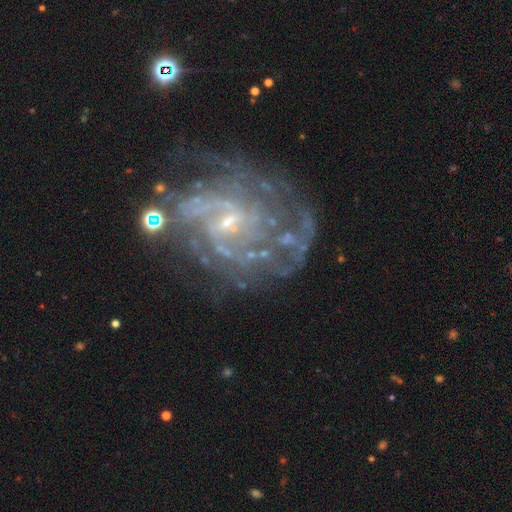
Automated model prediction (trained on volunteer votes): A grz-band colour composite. It shows a featured or disk galaxy (85%) with no bar (47%), tight (59%) spiral arms (94%) and a small central bulge (76%). Merging: none (65%).